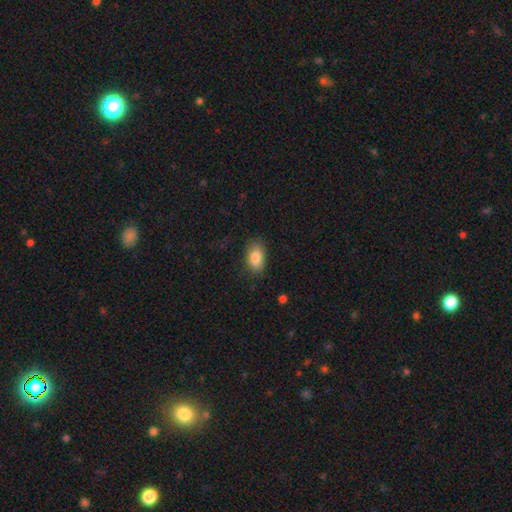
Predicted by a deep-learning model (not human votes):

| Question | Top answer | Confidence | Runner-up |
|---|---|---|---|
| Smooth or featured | smooth | 84% | featured or disk (8%) |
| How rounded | in between | 89% | round (9%) |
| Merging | none | 81% | minor disturbance (14%) |